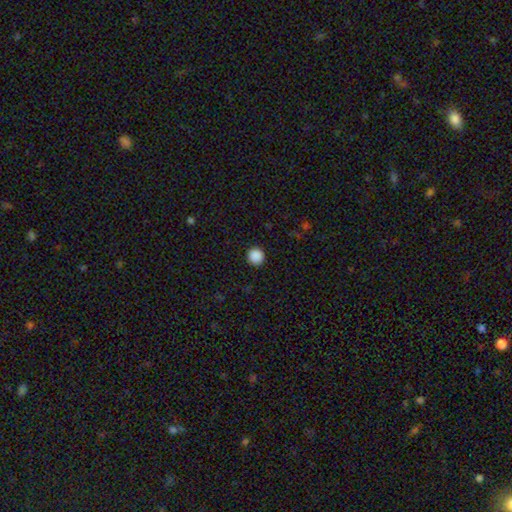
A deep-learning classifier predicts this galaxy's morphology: smooth_or_featured: smooth (p=0.89) [alt: star or artifact p=0.09]
how_rounded: round (p=0.95) [alt: in between p=0.04]
merging: none (p=0.93) [alt: minor disturbance p=0.05]